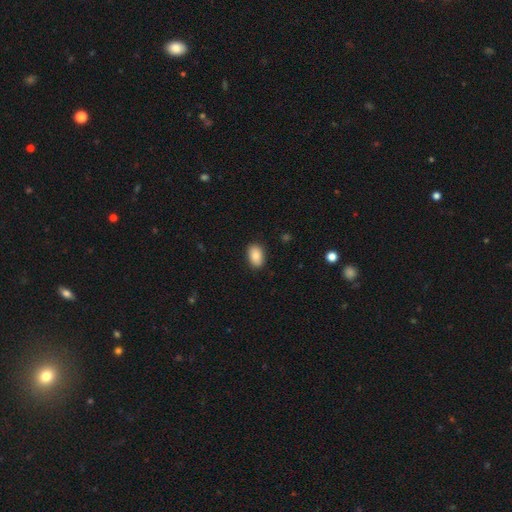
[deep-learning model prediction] smooth-or-featured: smooth: 86% | star or artifact: 7% | featured or disk: 6%
  how-rounded: in between: 87% | round: 12% | cigar-shaped: 1%
  merging: none: 88% | minor disturbance: 9% | major disturbance: 2% | merger: 1%